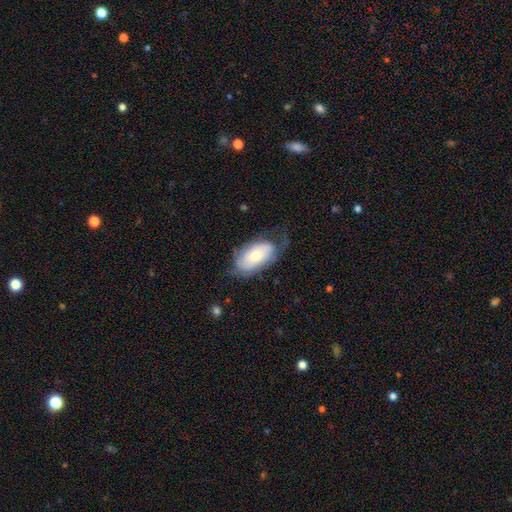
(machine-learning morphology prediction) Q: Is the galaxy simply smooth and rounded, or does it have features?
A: smooth — 52%.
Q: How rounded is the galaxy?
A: in between — 93%.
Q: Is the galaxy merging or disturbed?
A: none — 55%.